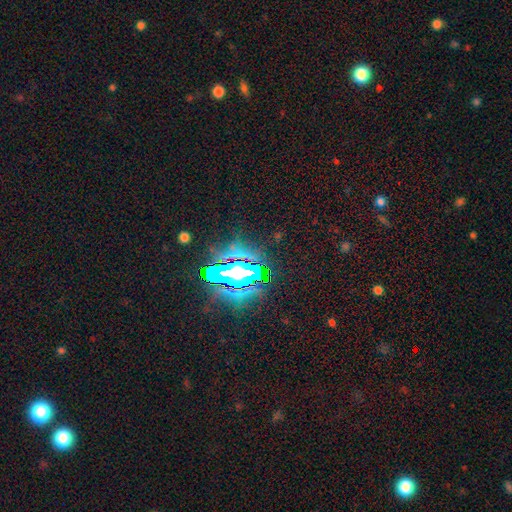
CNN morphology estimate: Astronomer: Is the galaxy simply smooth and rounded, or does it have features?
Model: star or artifact — 77%.